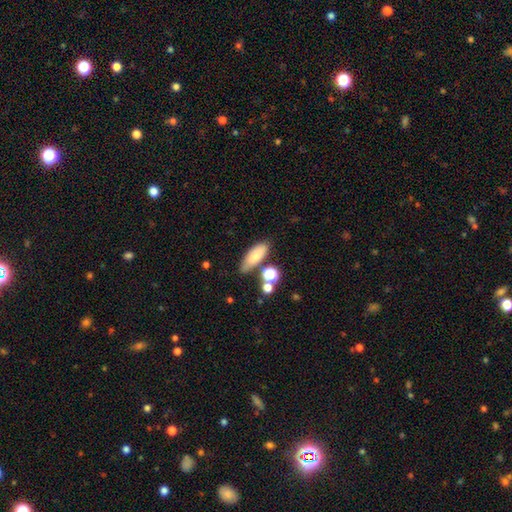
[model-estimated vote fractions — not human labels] smooth 75%, featured or disk 15%, star or artifact 9%. Down the decision tree: how rounded — in between (66%); merging — none (68%).